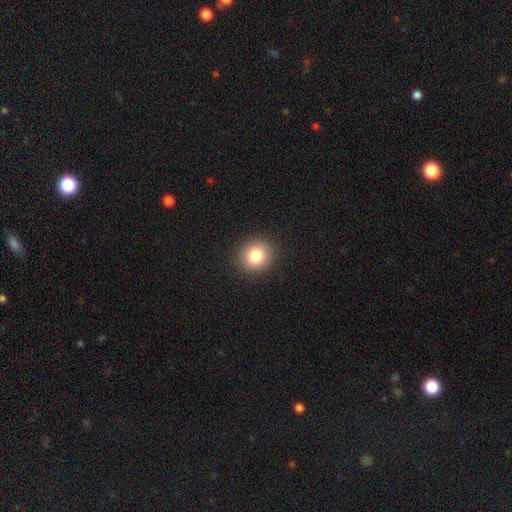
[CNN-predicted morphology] Overall: smooth (82%). How rounded: round (80%). Merging: none (91%).